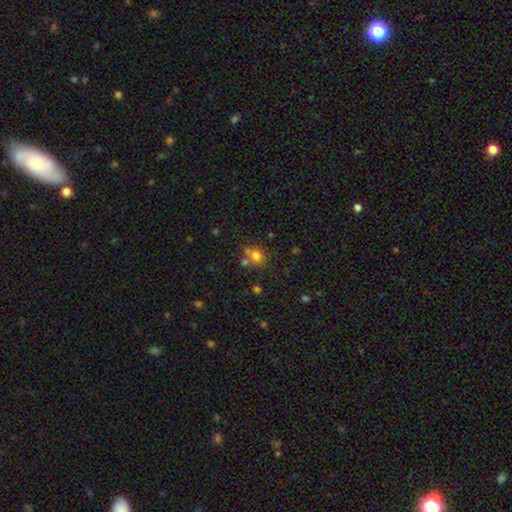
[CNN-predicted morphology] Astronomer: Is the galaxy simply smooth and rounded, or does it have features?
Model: smooth — 74%.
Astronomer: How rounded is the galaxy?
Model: round — 64%.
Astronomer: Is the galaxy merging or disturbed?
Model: none — 55%.